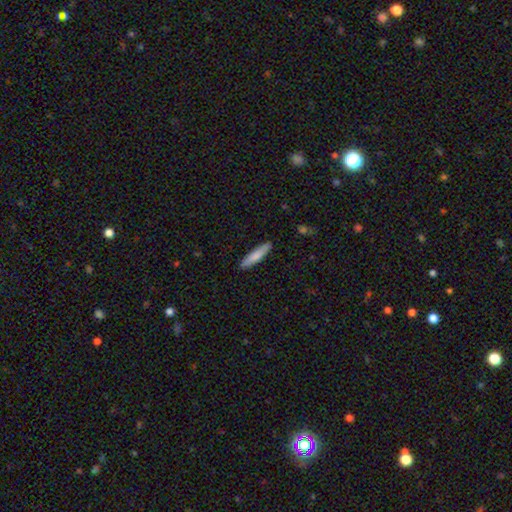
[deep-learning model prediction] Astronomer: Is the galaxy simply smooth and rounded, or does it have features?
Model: smooth — 77%.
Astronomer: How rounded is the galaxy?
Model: cigar-shaped — 87%.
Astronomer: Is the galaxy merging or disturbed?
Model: none — 90%.